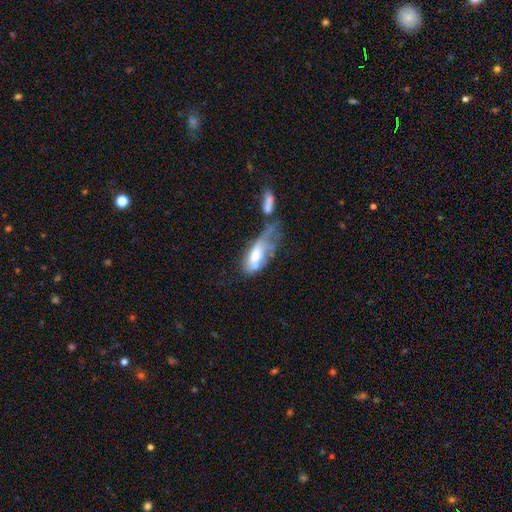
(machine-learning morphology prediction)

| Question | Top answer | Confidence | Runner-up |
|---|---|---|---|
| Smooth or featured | smooth | 52% | featured or disk (40%) |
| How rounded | in between | 78% | cigar-shaped (18%) |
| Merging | major disturbance | 39% | merger (31%) |